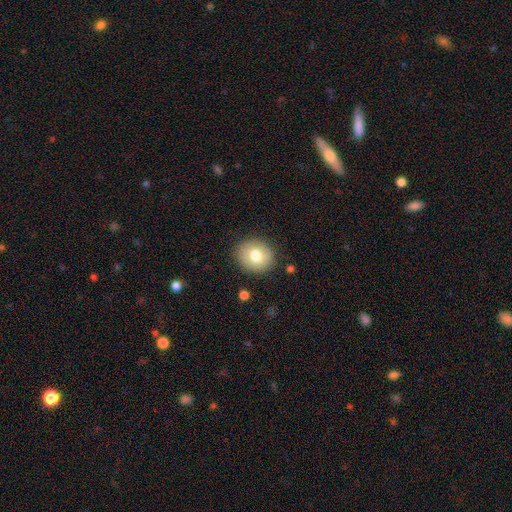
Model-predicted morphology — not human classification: smooth-or-featured: smooth: 75% | featured or disk: 16% | star or artifact: 9%
  how-rounded: round: 74% | in between: 25% | cigar-shaped: 1%
  merging: none: 87% | minor disturbance: 9% | major disturbance: 3% | merger: 1%